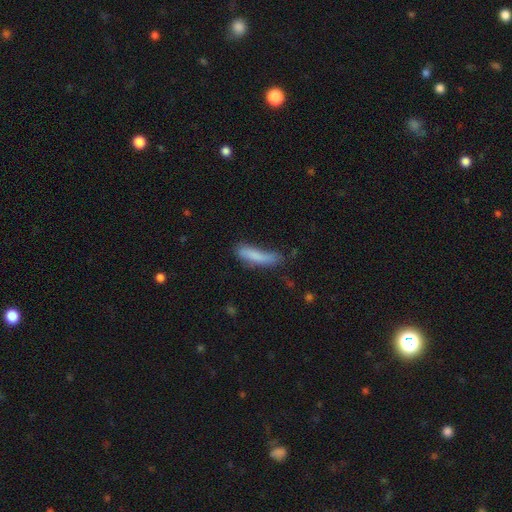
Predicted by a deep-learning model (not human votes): smooth_or_featured: smooth (p=0.79) [alt: featured or disk p=0.13]
how_rounded: cigar-shaped (p=0.77) [alt: in between p=0.21]
merging: none (p=0.50) [alt: minor disturbance p=0.31]